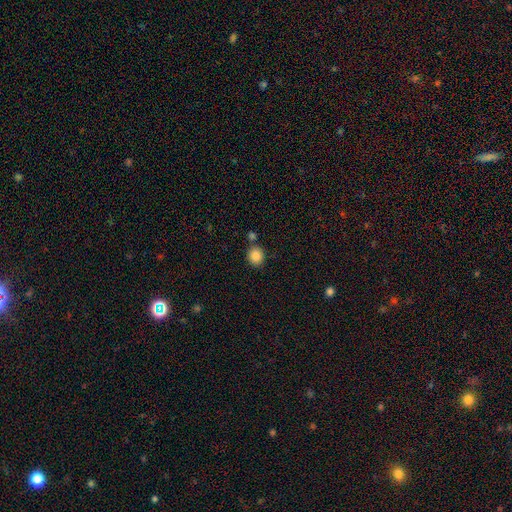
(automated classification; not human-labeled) The model was most divided on "how rounded": round: 78%, in between: 21%, cigar-shaped: 1%. More confident: smooth or featured — smooth (87%); merging — none (76%).